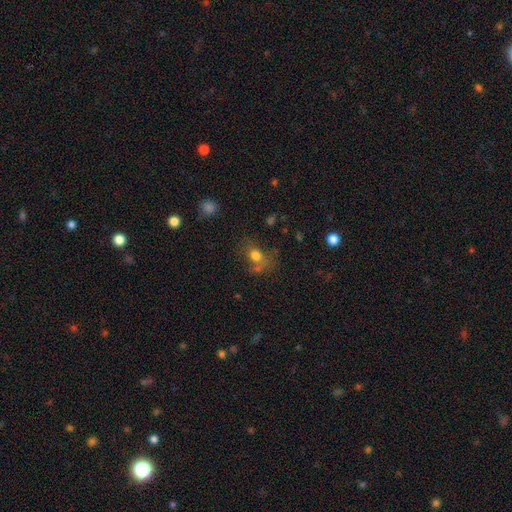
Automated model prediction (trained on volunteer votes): Morphology: type=smooth (72%); roundness=round (51%); merging=none (49%).